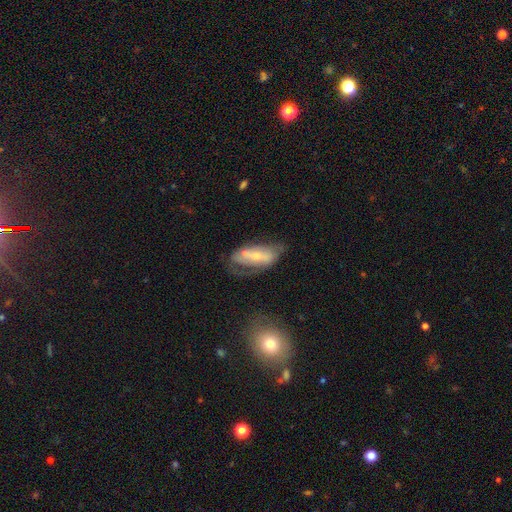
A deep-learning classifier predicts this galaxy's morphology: Smooth or featured? Predicted: featured or disk (p=0.57). Edge-on disk? Predicted: no (p=0.86). Merging? Predicted: none (p=0.42).